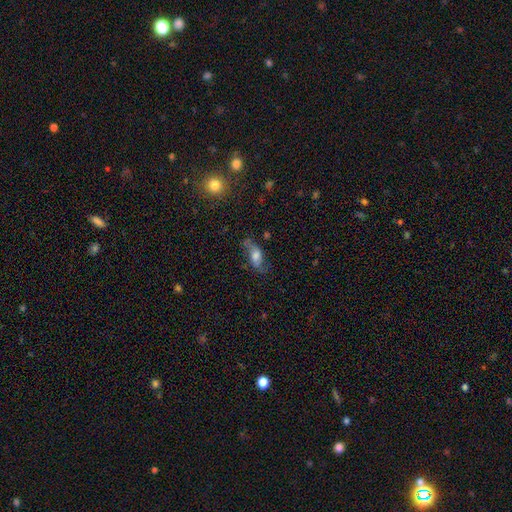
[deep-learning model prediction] This is possibly a featured or disk galaxy (47%). Merging: likely none (61%).